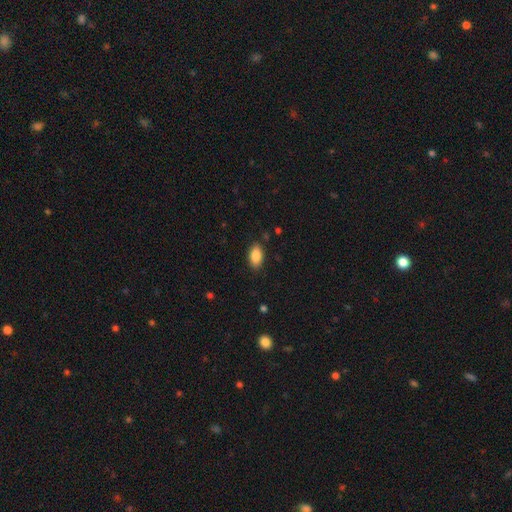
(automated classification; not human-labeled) A smooth galaxy with no disk features (87%) that is in between round and cigar-shaped (93%).

Vote fractions:
- Smooth or featured? smooth: 87% / star or artifact: 7% / featured or disk: 5%
- How rounded? in between: 93% / round: 4% / cigar-shaped: 3%
- Merging? none: 87% / minor disturbance: 10% / major disturbance: 2% / merger: 1%